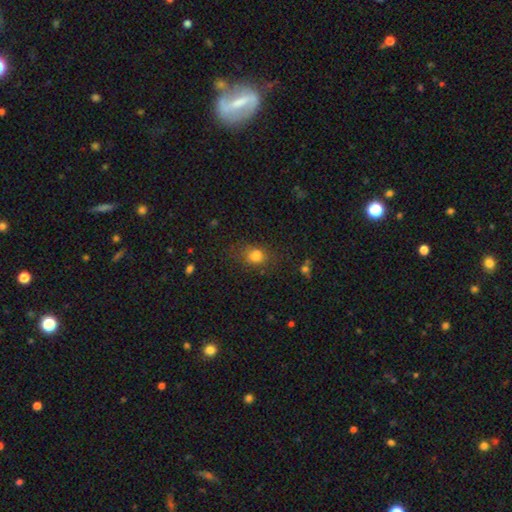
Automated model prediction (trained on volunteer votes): This appears to be a smooth galaxy with no disk features (80%) that is in between round and cigar-shaped (55%). Merging: none (67%).